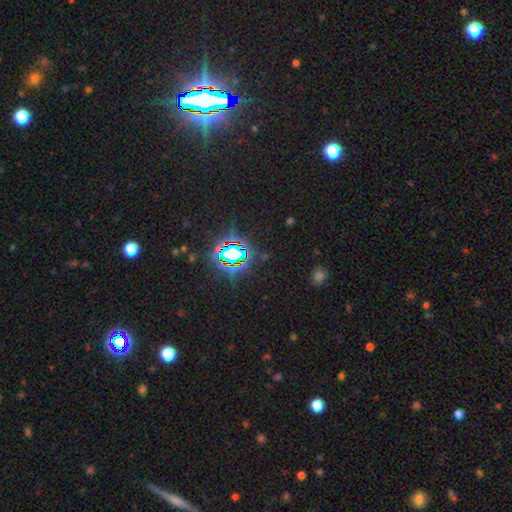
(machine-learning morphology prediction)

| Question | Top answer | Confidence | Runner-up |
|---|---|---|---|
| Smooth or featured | star or artifact | 83% | smooth (10%) |